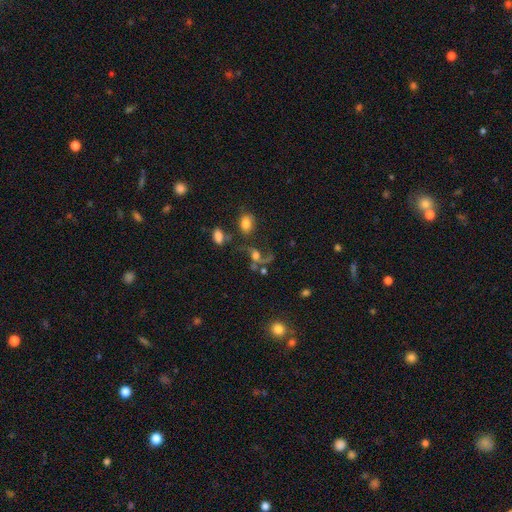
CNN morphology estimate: This is possibly a featured or disk galaxy (60%). It is clearly not viewed edge-on (94%). Bar: likely no (63%). Spiral arm pattern: clearly yes (82%). Central bulge: marginally moderate (38%). Merging: marginally none (43%).